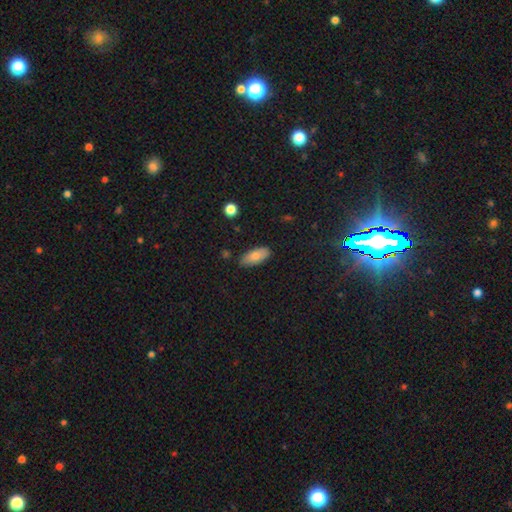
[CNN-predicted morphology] This appears to be a smooth galaxy with no disk features (81%) that is in between round and cigar-shaped (85%). Merging: none (83%).